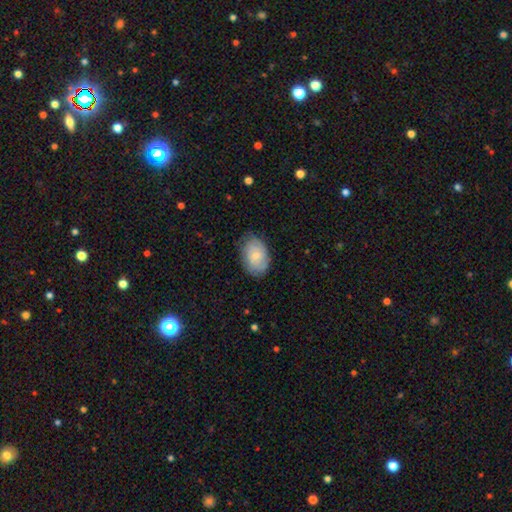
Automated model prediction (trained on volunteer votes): Overall: smooth (67%). How rounded: in between (86%). Merging: none (73%).